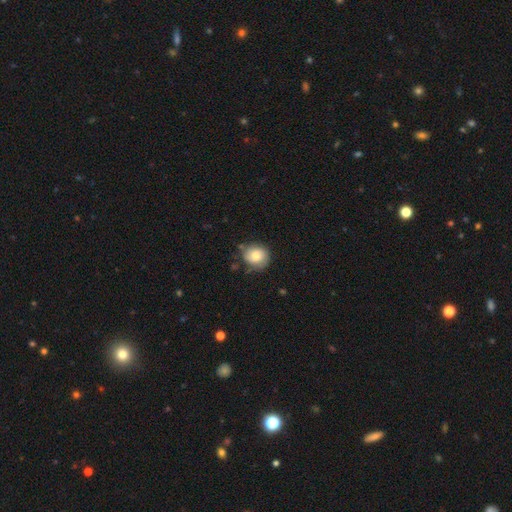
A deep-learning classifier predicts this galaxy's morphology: type=smooth (74%); roundness=round (80%); merging=none (68%).